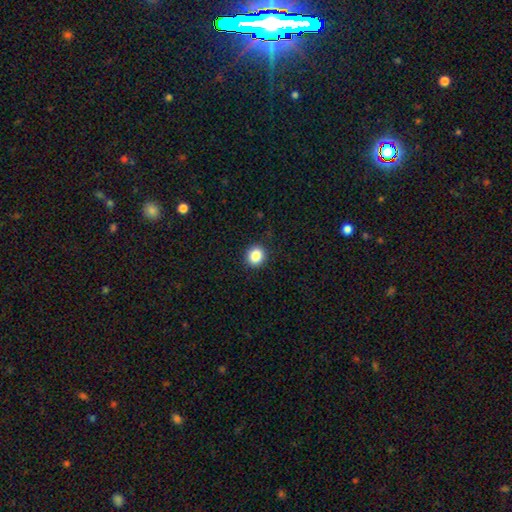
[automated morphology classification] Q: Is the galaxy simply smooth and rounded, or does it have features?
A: smooth — 86%.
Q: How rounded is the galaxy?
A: round — 86%.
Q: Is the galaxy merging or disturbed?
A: none — 91%.